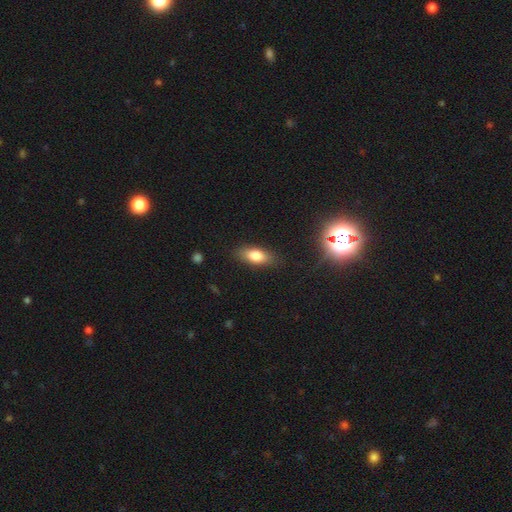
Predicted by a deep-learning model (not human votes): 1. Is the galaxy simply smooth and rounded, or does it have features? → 79% smooth, 13% featured or disk, 9% star or artifact.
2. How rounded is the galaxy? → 81% in between, 16% cigar-shaped, 4% round.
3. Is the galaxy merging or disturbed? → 84% none, 12% minor disturbance, 3% major disturbance, 1% merger.